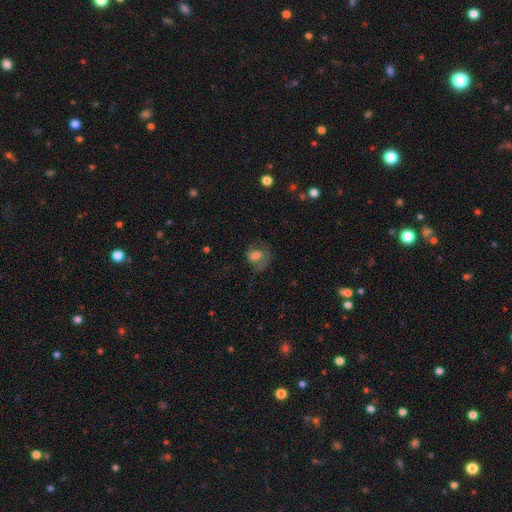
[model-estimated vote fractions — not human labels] smooth-or-featured: smooth: 52% | featured or disk: 38% | star or artifact: 10%
  how-rounded: round: 49% (tied) | in between: 49% (tied) | cigar-shaped: 1%
  merging: none: 46% | major disturbance: 29% | minor disturbance: 23% | merger: 2%